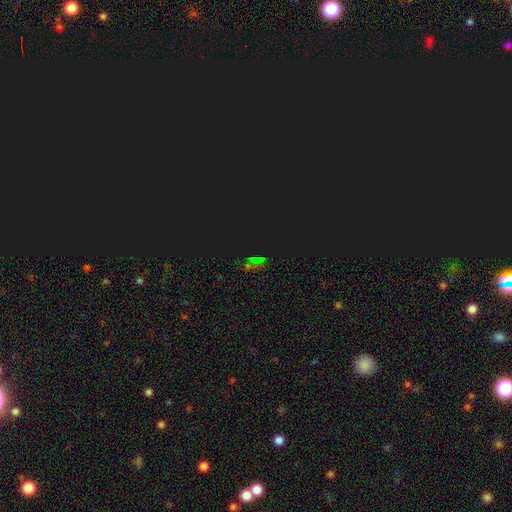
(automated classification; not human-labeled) Q: Smooth or featured?
A: star or artifact (75%); runner-up: smooth (16%)